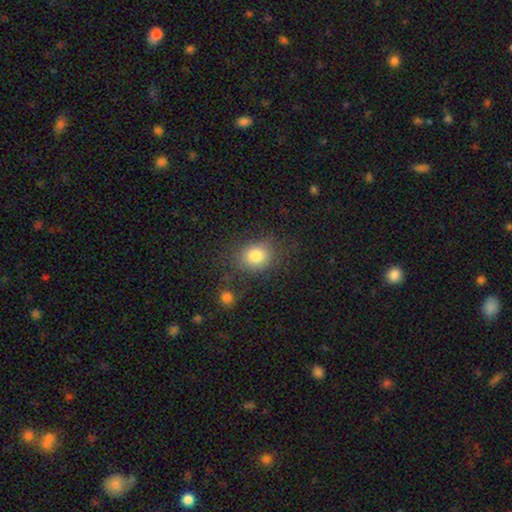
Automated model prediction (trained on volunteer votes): This is clearly a smooth galaxy (81%). How rounded: possibly round (53%). Merging: likely none (70%).